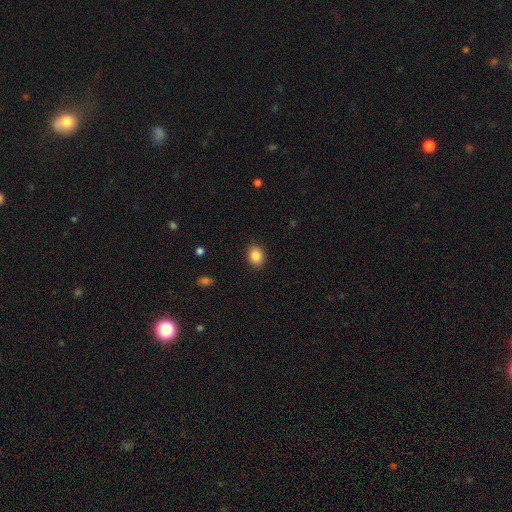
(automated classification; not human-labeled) A smooth galaxy with no disk features (87%) that is round (52%). Merging: none (90%).